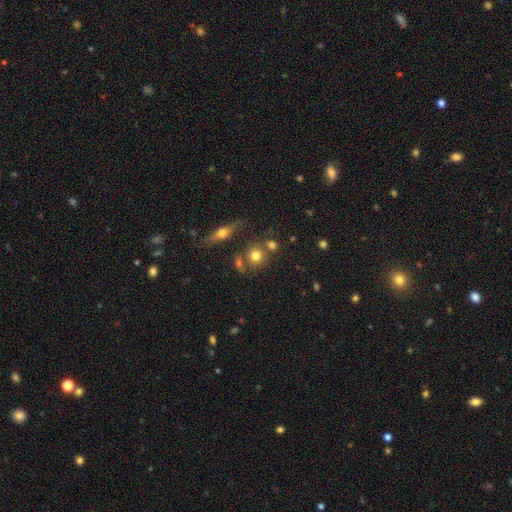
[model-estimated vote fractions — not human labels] smooth 75%, featured or disk 13%, star or artifact 13%. Down the decision tree: how rounded — round (81%); merging — none (64%).